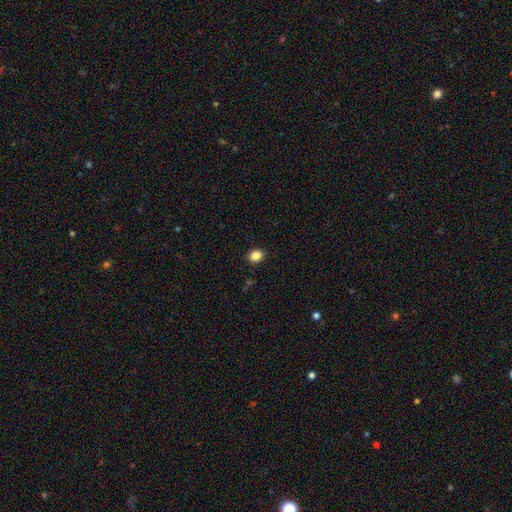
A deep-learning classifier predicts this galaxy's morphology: A smooth galaxy with no disk features (87%) that is round (52%).

Vote fractions:
- Smooth or featured? smooth: 87% / star or artifact: 10% / featured or disk: 3%
- How rounded? round: 52% / in between: 47% / cigar-shaped: 1%
- Merging? none: 90% / minor disturbance: 7% / major disturbance: 2% / merger: 1%